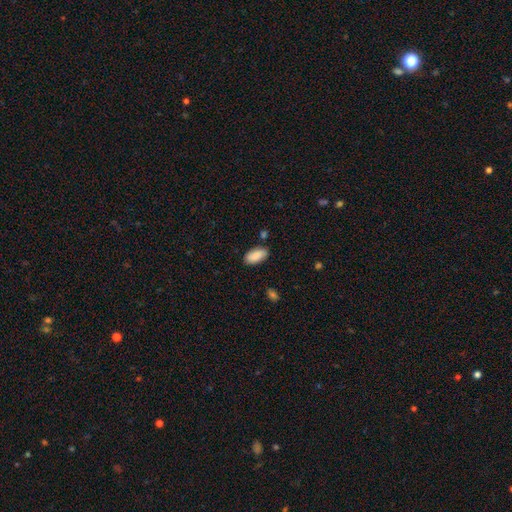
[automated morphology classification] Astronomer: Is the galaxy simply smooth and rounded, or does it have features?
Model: smooth — 89%.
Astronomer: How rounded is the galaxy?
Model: in between — 93%.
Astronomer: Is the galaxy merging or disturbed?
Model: none — 84%.